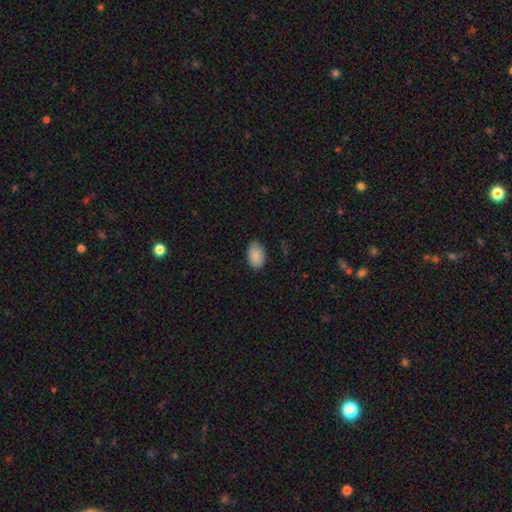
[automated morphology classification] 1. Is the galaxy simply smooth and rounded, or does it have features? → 89% smooth, 7% star or artifact, 4% featured or disk.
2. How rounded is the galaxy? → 91% in between, 8% round, 1% cigar-shaped.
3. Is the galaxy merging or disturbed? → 82% none, 14% minor disturbance, 3% major disturbance, 1% merger.